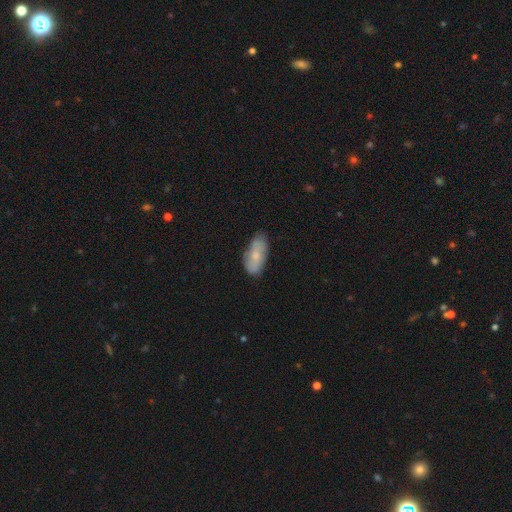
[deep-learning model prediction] Smooth or featured?
  - smooth: 70% *
  - featured or disk: 23%
  - star or artifact: 6%
How rounded?
  - in between: 86% *
  - cigar-shaped: 11%
  - round: 2%
Merging?
  - none: 71% *
  - minor disturbance: 23%
  - major disturbance: 4%
  - merger: 2%